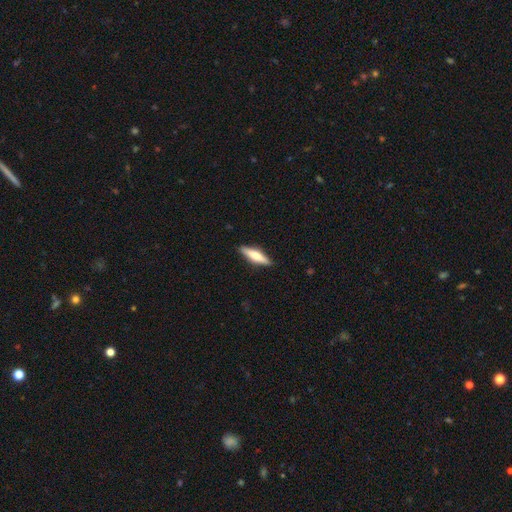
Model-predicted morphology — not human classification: A smooth galaxy with no disk features (53%) that is cigar-shaped (71%).

Vote fractions:
- Smooth or featured? smooth: 53% / featured or disk: 41% / star or artifact: 6%
- How rounded? cigar-shaped: 71% / in between: 27% / round: 2%
- Merging? none: 89% / minor disturbance: 8% / major disturbance: 2% / merger: 1%